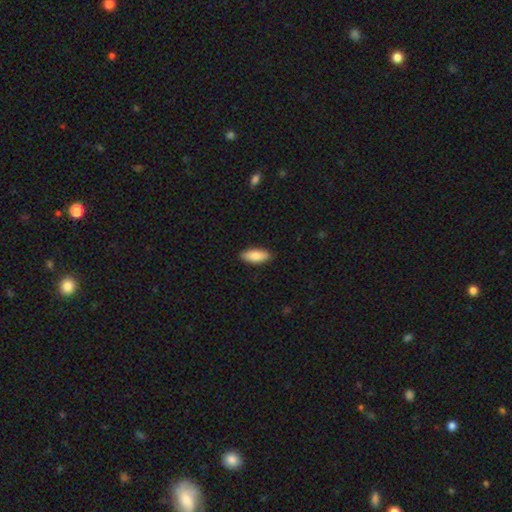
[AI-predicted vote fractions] Smooth or featured?
  - smooth: 85% *
  - featured or disk: 9%
  - star or artifact: 6%
How rounded?
  - in between: 79% *
  - cigar-shaped: 19%
  - round: 2%
Merging?
  - none: 88% *
  - minor disturbance: 9%
  - major disturbance: 2%
  - merger: 1%